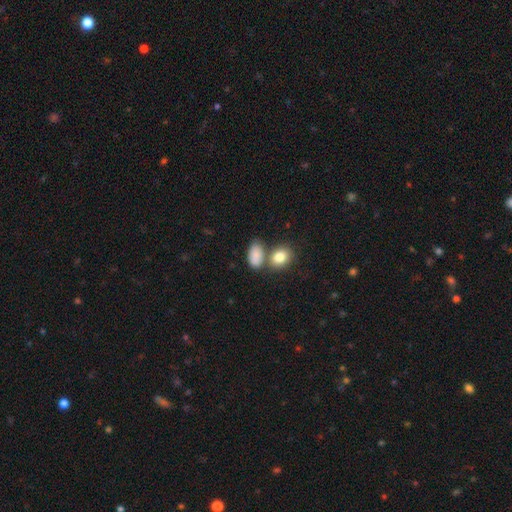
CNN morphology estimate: smooth_or_featured: smooth (p=0.86) [alt: star or artifact p=0.07]
how_rounded: in between (p=0.89) [alt: round p=0.09]
merging: none (p=0.52) [alt: merger p=0.29]